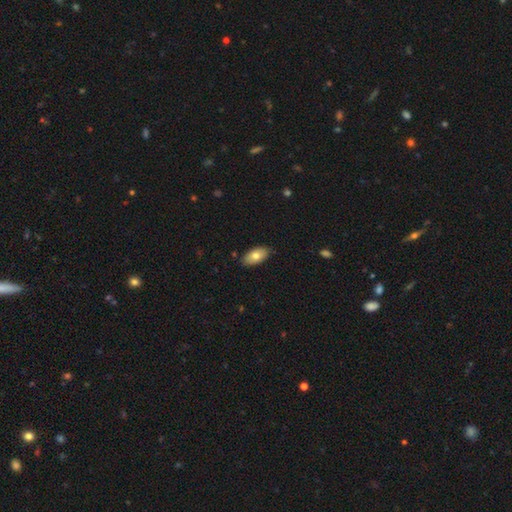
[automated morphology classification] A smooth galaxy with no disk features (75%) that is in between round and cigar-shaped (93%). Merging: none (86%).